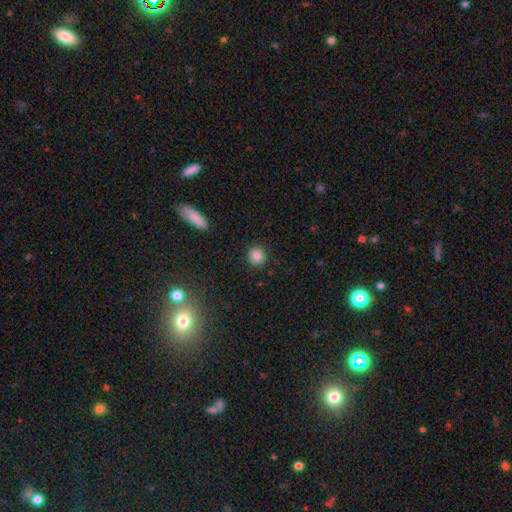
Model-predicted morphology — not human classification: Smooth or featured?
  - smooth: 85% *
  - star or artifact: 11%
  - featured or disk: 4%
How rounded?
  - round: 89% *
  - in between: 10%
  - cigar-shaped: 1%
Merging?
  - none: 91% *
  - minor disturbance: 6%
  - major disturbance: 2%
  - merger: 1%